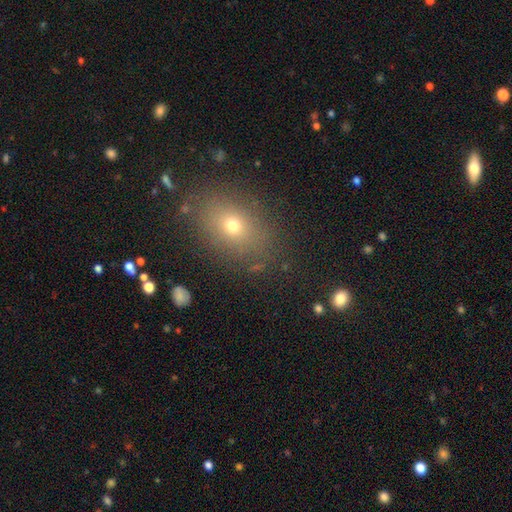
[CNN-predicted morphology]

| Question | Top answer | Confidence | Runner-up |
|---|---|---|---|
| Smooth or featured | smooth | 63% | star or artifact (24%) |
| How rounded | in between | 66% | round (32%) |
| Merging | none | 85% | minor disturbance (9%) |